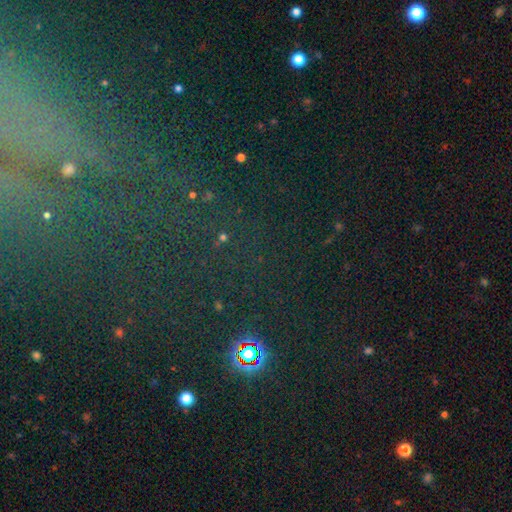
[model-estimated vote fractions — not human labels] This appears to be a star or artifact, not a galaxy (79%).